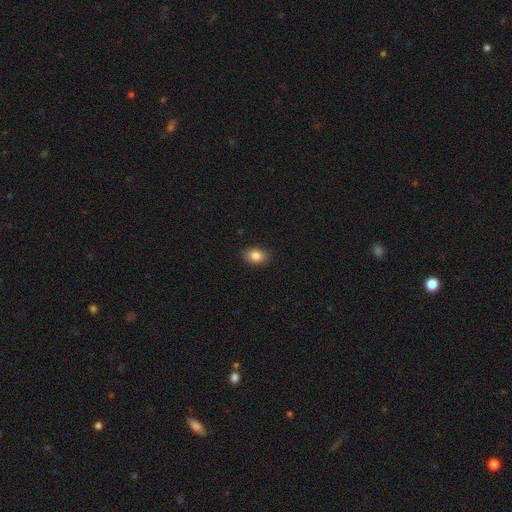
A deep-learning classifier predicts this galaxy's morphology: smooth_or_featured: smooth (p=0.86) [alt: star or artifact p=0.08]
how_rounded: in between (p=0.80) [alt: round p=0.19]
merging: none (p=0.87) [alt: minor disturbance p=0.09]